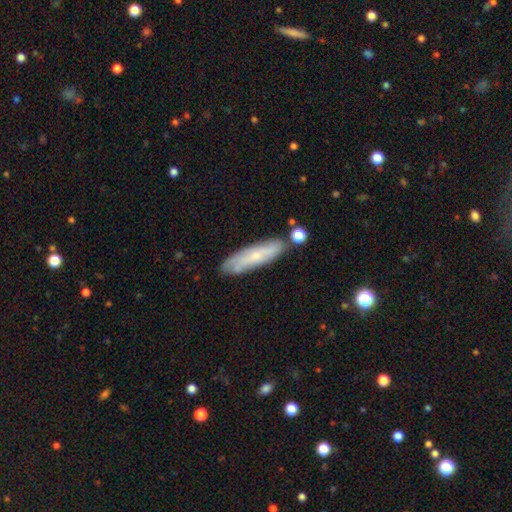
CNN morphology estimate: Smooth or featured: smooth — 53% (featured or disk — 40%)
How rounded: cigar-shaped — 71% (in between — 27%)
Merging: none — 77% (minor disturbance — 15%)